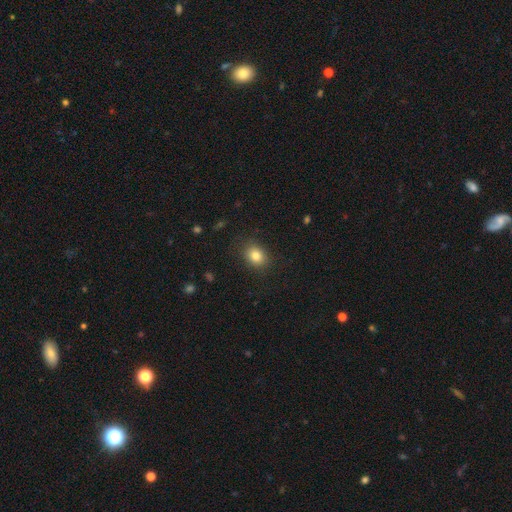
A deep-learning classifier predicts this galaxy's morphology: The model was most divided on "how rounded": in between: 57%, round: 42%, cigar-shaped: 1%. More confident: merging — none (85%); smooth or featured — smooth (82%).